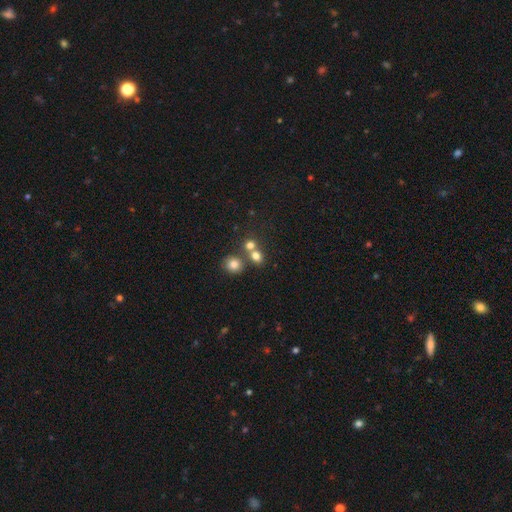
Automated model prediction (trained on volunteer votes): smooth 75%, star or artifact 15%, featured or disk 10%. Down the decision tree: how rounded — round (74%); merging — none (49%).